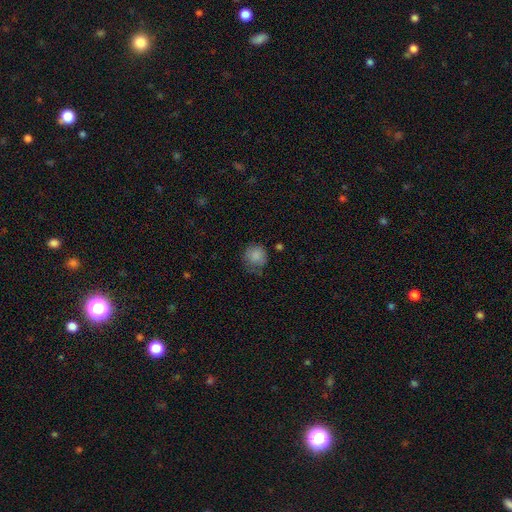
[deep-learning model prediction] Smooth or featured?
  - smooth: 85% *
  - star or artifact: 9%
  - featured or disk: 6%
How rounded?
  - round: 87% *
  - in between: 12%
  - cigar-shaped: 1%
Merging?
  - none: 63% *
  - minor disturbance: 26%
  - major disturbance: 8%
  - merger: 3%